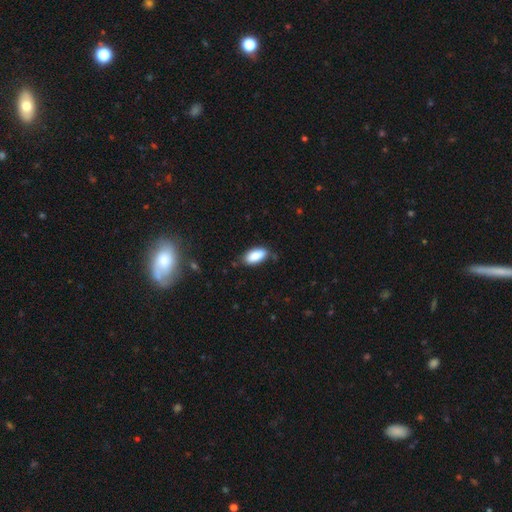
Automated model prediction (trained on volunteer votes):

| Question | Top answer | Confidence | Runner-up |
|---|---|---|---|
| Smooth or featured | smooth | 88% | star or artifact (7%) |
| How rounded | in between | 90% | cigar-shaped (8%) |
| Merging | none | 74% | minor disturbance (19%) |